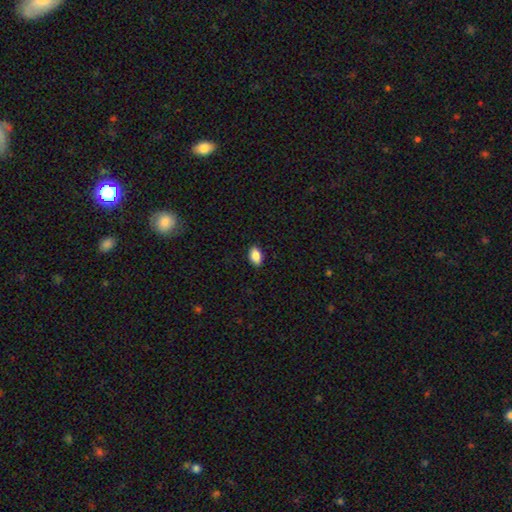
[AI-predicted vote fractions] Overall: smooth (88%). How rounded: in between (90%). Merging: none (89%).